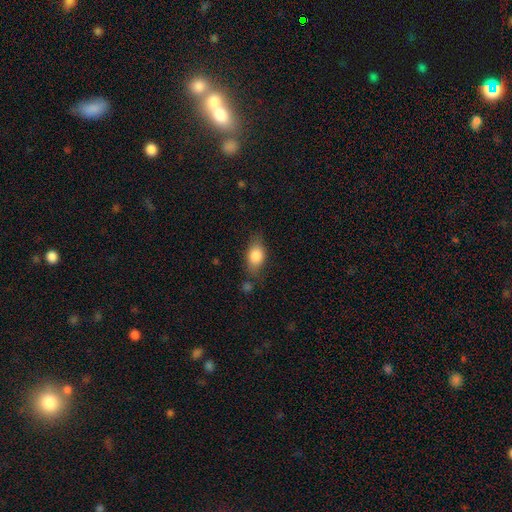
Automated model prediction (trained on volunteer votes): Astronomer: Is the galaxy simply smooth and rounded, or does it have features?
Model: smooth — 81%.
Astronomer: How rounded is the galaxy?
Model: in between — 84%.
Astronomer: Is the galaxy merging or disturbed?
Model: none — 67%.